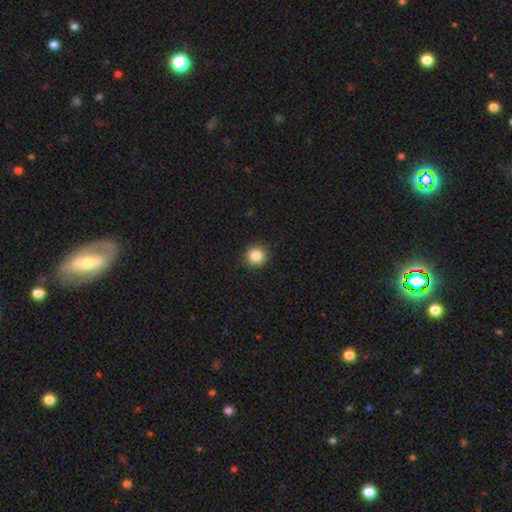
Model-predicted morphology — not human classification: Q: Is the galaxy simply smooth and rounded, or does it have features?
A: smooth — 86%.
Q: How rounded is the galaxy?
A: round — 94%.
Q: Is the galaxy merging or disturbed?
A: none — 92%.